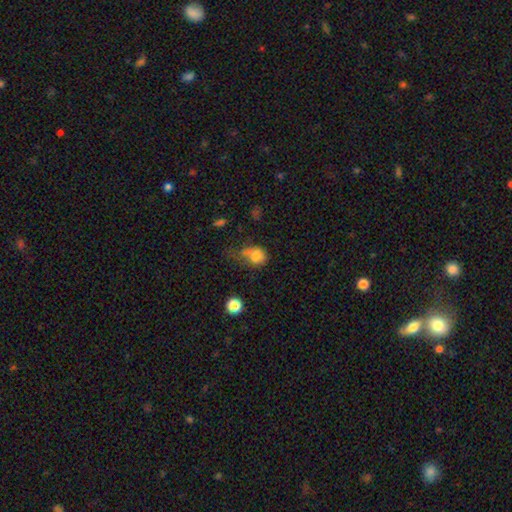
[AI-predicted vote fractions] A smooth galaxy with no disk features (76%) that is round (55%). Merging: none (30%).